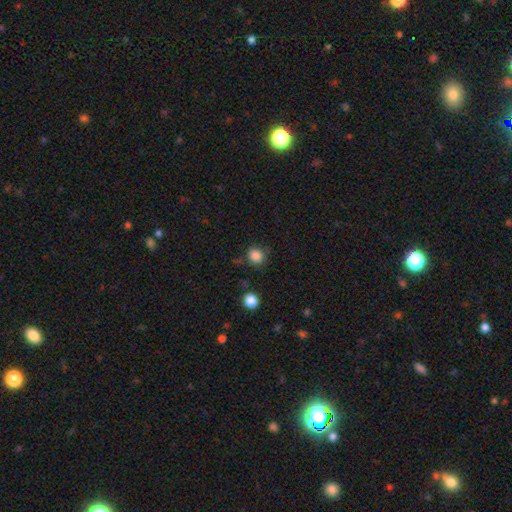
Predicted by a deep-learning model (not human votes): The model was most divided on "merging": none: 80%, minor disturbance: 13%, major disturbance: 4%, merger: 3%. More confident: smooth or featured — smooth (85%); how rounded — round (85%).